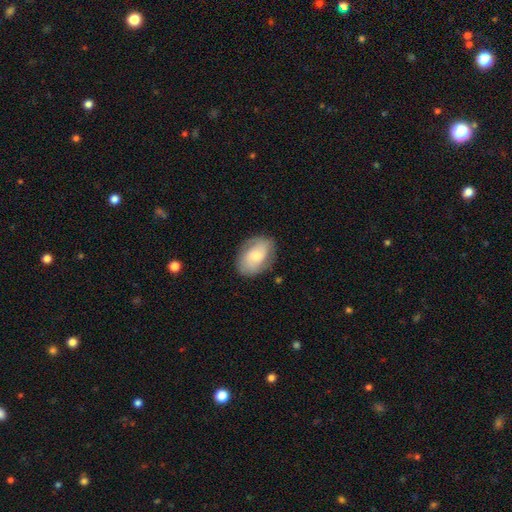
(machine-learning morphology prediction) Smooth or featured? Predicted: smooth (p=0.52). How rounded? Predicted: in between (p=0.83). Merging? Predicted: none (p=0.78).